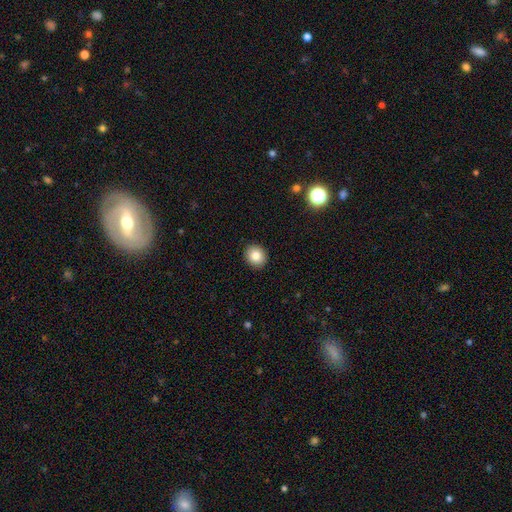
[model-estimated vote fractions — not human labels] Overall: smooth (83%). How rounded: round (78%). Merging: none (92%).